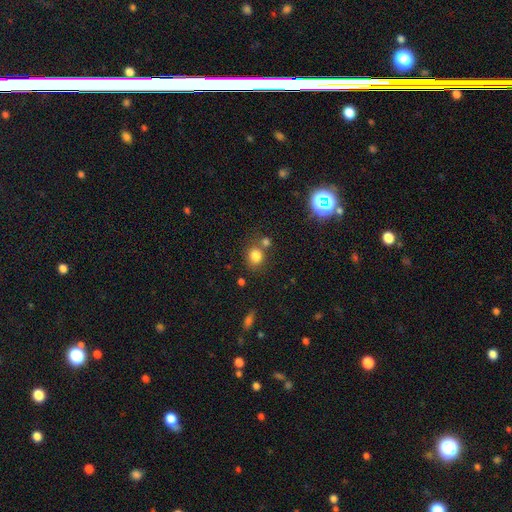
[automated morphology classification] A smooth galaxy with no disk features (80%) that is round (66%). Merging: none (62%).